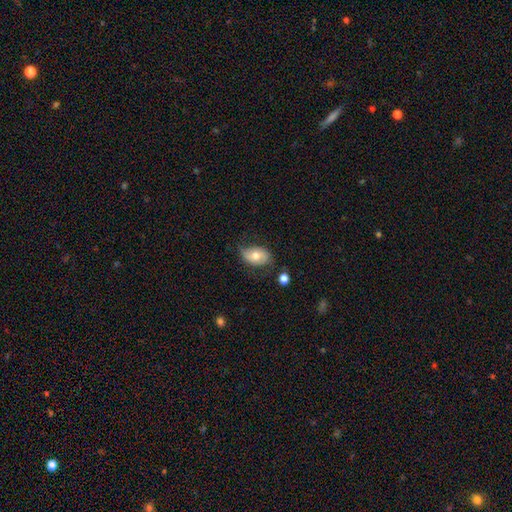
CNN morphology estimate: The model was most divided on "smooth or featured": smooth: 59%, featured or disk: 34%, star or artifact: 7%. More confident: how rounded — in between (86%); merging — none (57%).